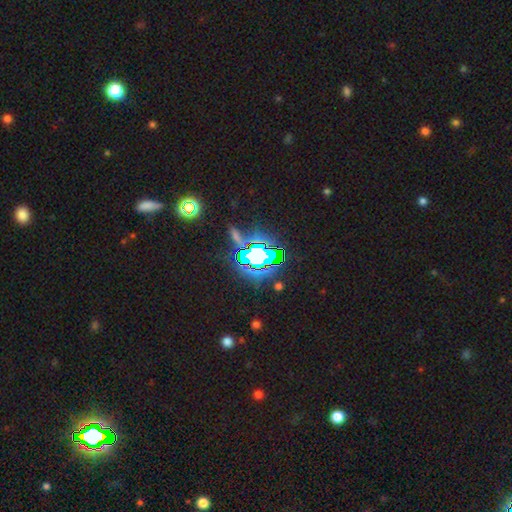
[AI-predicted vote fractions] Smooth or featured: star or artifact — 70% (smooth — 17%)